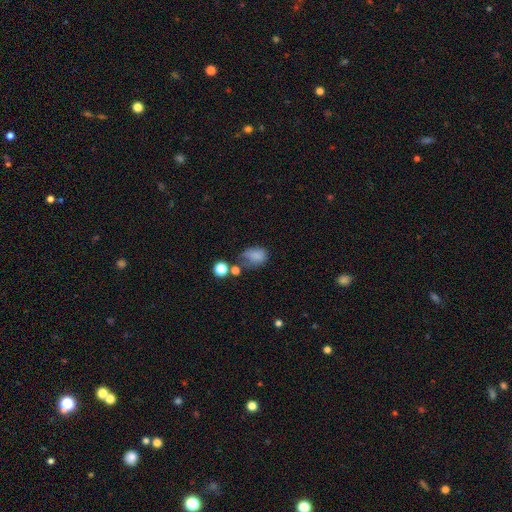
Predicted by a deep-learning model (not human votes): This appears to be a smooth galaxy with no disk features (78%) that is in between round and cigar-shaped (65%). Merging: none (37%).